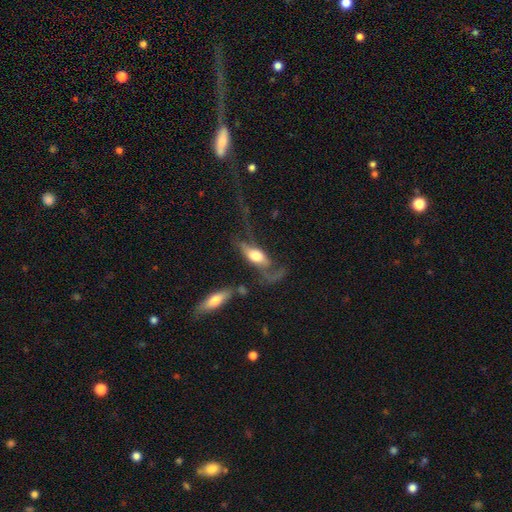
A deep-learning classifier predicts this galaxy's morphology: featured or disk 51%, smooth 42%, star or artifact 7%. Down the decision tree: edge-on disk — no (62%); merging — major disturbance (50%).